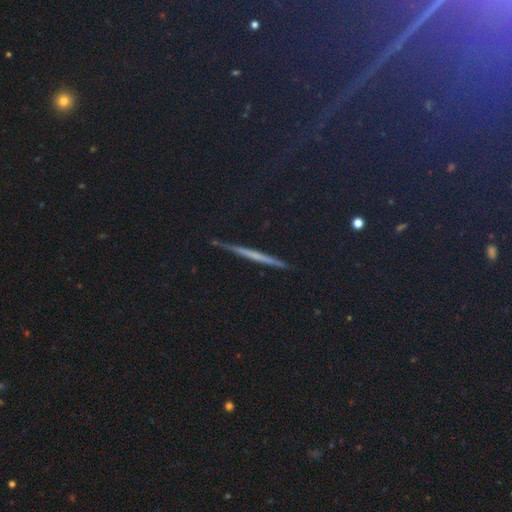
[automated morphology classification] Smooth or featured: star or artifact — 37% (featured or disk — 32%)